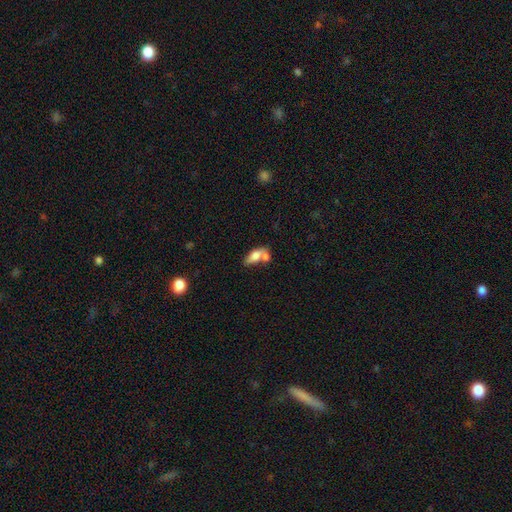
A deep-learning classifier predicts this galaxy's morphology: Smooth or featured?
  - smooth: 69% *
  - featured or disk: 23%
  - star or artifact: 8%
How rounded?
  - in between: 82% *
  - cigar-shaped: 13%
  - round: 5%
Merging?
  - merger: 48% *
  - none: 32%
  - minor disturbance: 13%
  - major disturbance: 7%